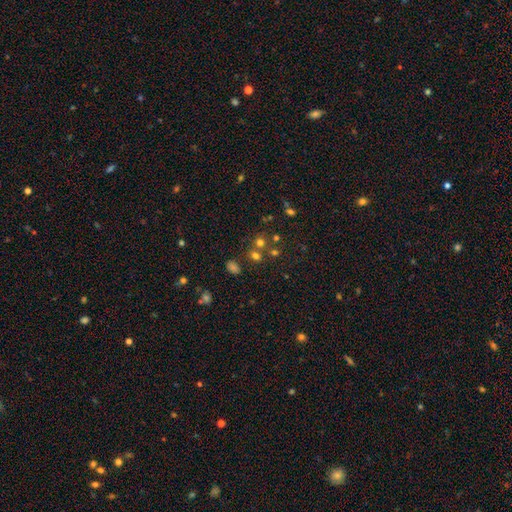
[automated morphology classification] Smooth or featured: smooth — 61% (star or artifact — 28%)
How rounded: round — 72% (in between — 27%)
Merging: none — 61% (merger — 26%)